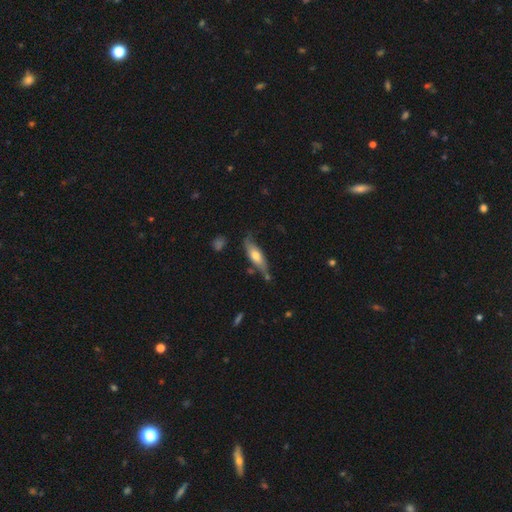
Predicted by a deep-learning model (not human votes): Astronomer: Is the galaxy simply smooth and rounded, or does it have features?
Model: smooth — 47%, tied with featured or disk at 47%.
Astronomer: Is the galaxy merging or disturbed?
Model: none — 60%.